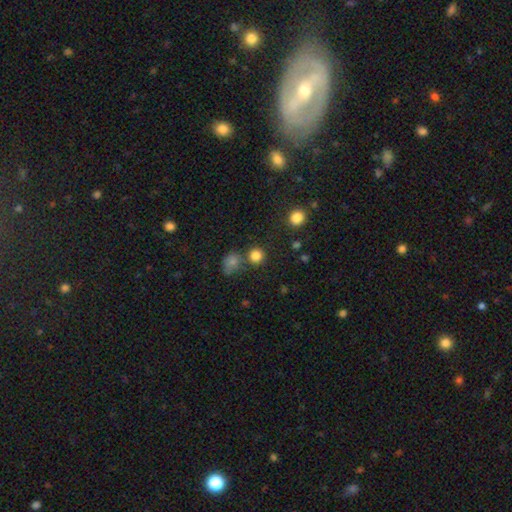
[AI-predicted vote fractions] A smooth galaxy with no disk features (82%) that is round (90%). Merging: none (73%).